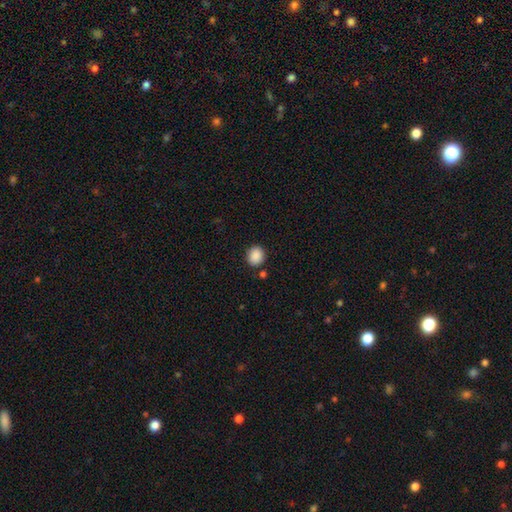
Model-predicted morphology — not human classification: Overall: smooth (89%). How rounded: round (77%). Merging: none (85%).